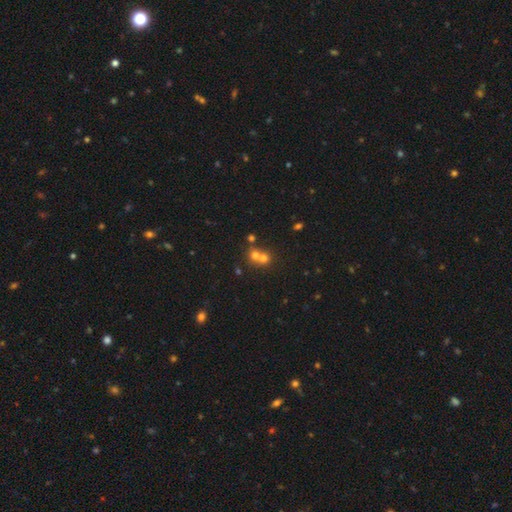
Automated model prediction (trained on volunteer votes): A smooth galaxy with no disk features (65%) that is round (80%). Merging: merger (61%).